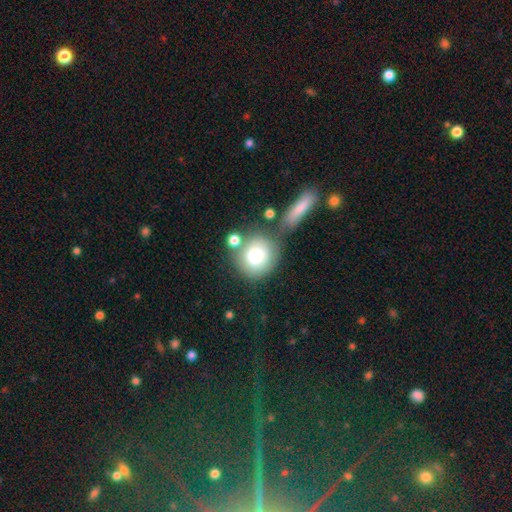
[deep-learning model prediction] Morphology: type=smooth (79%); roundness=round (83%); merging=none (55%).